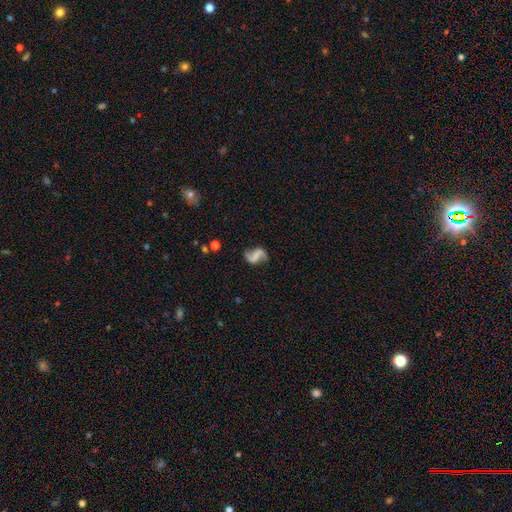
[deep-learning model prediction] This is clearly a featured or disk galaxy (83%). It is clearly not viewed edge-on (98%). Bar: marginally strong (38%). Spiral arm pattern: clearly yes (95%). Spiral arm count: clearly 2 (92%). Spiral winding: likely loose (74%). Central bulge: likely none (69%). Merging: likely none (75%).